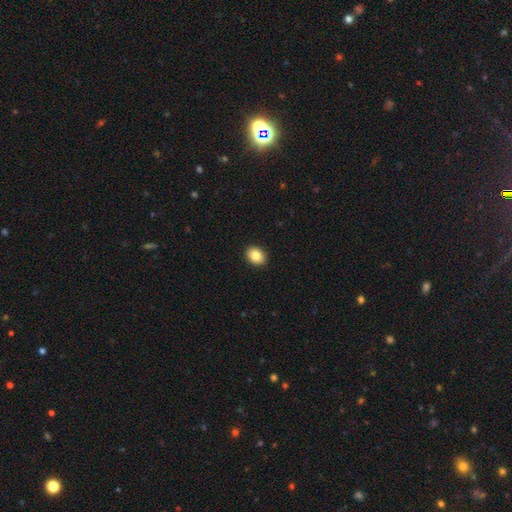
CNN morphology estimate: Smooth or featured?
  - smooth: 86% *
  - star or artifact: 8%
  - featured or disk: 6%
How rounded?
  - in between: 64% *
  - round: 35%
  - cigar-shaped: 1%
Merging?
  - none: 92% *
  - minor disturbance: 6%
  - major disturbance: 2%
  - merger: 1%